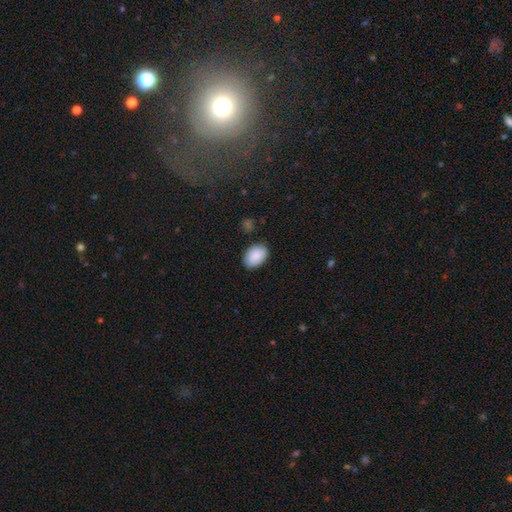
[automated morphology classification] This is clearly a smooth galaxy (90%). How rounded: clearly in between (88%). Merging: clearly none (85%).